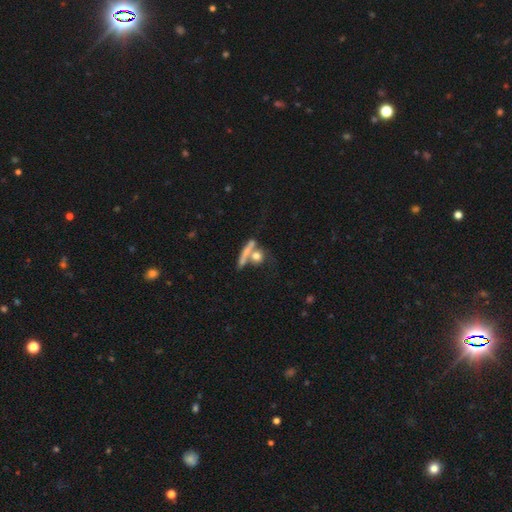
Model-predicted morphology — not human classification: Smooth or featured? Predicted: smooth (p=0.46). Merging? Predicted: none (p=0.43).